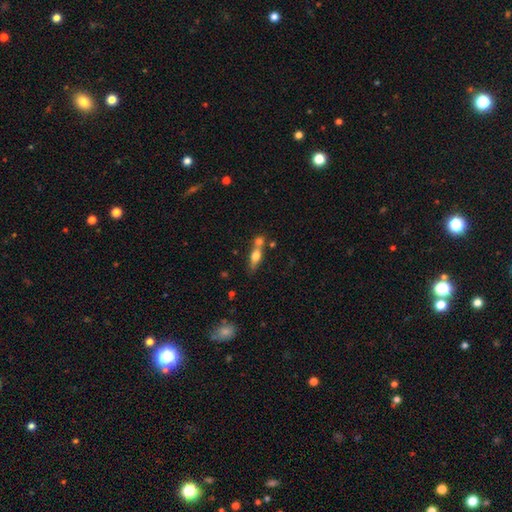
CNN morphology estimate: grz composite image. It shows a smooth galaxy with no disk features (58%) that is in between round and cigar-shaped (50%). Merging: merger (42%, tied with none).